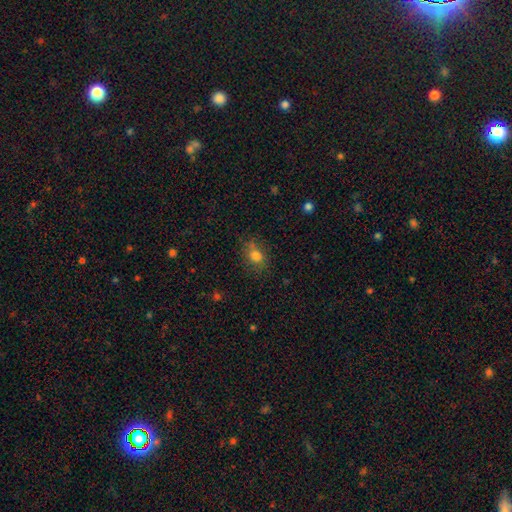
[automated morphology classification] Smooth or featured: smooth — 79% (star or artifact — 13%)
How rounded: round — 50% (in between — 48%)
Merging: none — 70% (minor disturbance — 19%)